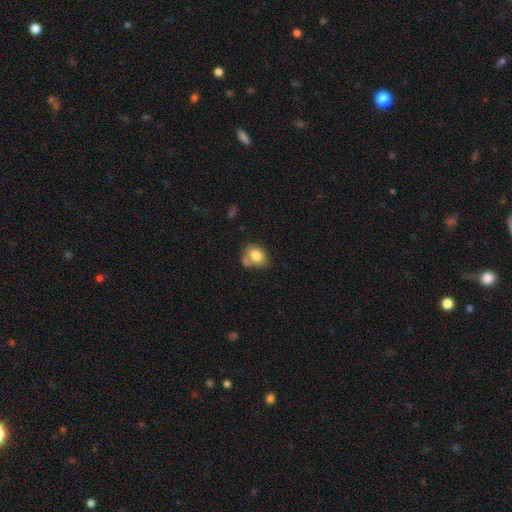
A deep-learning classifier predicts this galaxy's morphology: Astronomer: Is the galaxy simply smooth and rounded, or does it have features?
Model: smooth — 80%.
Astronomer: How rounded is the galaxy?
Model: in between — 50% (runner-up: round, 49%).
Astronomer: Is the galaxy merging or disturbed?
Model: none — 50%.